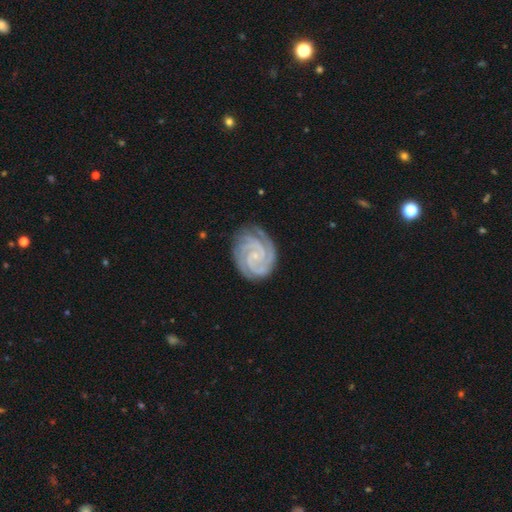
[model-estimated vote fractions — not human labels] A featured or disk galaxy (92%) with no bar (62%), 2 (38%) tight (81%) spiral arms (99%) and a small central bulge (80%).

Vote fractions:
- Smooth or featured? featured or disk: 92% / star or artifact: 4% / smooth: 3%
- Edge-on disk? no: 98% / yes: 2%
- Bar? no: 62% / weak: 28% / strong: 10%
- Spiral arms? yes: 99% / no: 1%
- Spiral winding? tight: 81% / medium: 17% / loose: 2%
- Spiral arm count? 2: 38% / 3: 34% / 4: 11% / can't tell: 7% / more than 4: 5% / 1: 5%
- Bulge size? small: 80% / moderate: 10% / none: 9% / large: 1% / dominant: 1%
- Merging? none: 80% / minor disturbance: 15% / major disturbance: 4% / merger: 1%